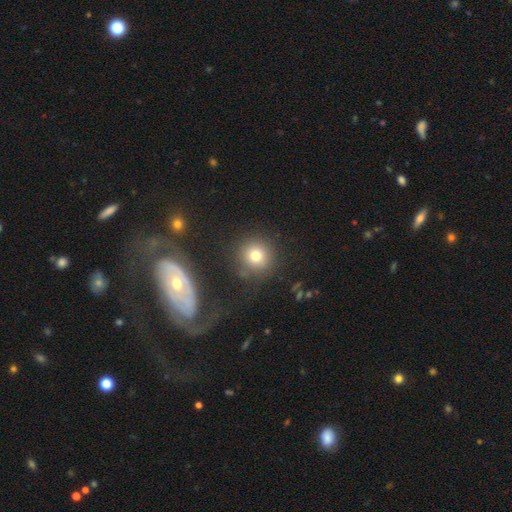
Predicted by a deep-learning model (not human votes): smooth 76%, star or artifact 15%, featured or disk 10%. Down the decision tree: how rounded — round (93%); merging — none (83%).